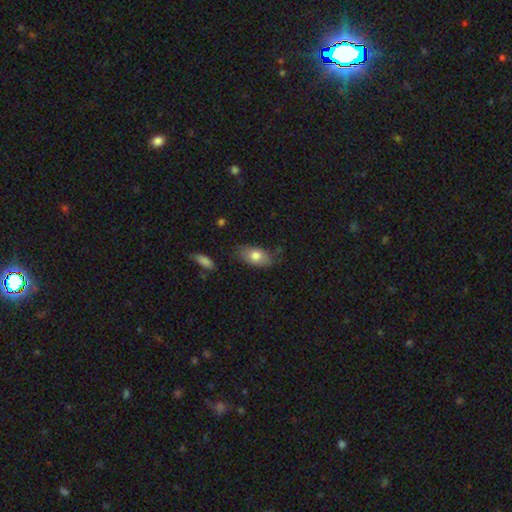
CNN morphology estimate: smooth-or-featured: smooth: 77% | featured or disk: 17% | star or artifact: 7%
  how-rounded: in between: 90% | round: 7% | cigar-shaped: 4%
  merging: none: 71% | minor disturbance: 22% | major disturbance: 5% | merger: 2%